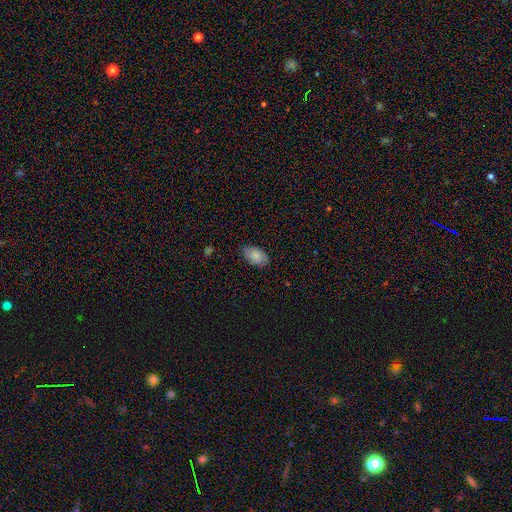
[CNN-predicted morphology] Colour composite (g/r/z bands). It shows a smooth galaxy with no disk features (81%) that is in between round and cigar-shaped (93%). Merging: none (81%).